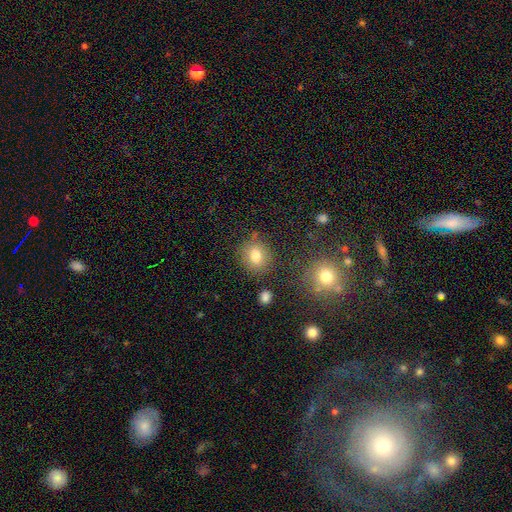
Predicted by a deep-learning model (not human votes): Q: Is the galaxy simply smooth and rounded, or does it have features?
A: smooth — 78%.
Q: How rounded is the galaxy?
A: round — 72%.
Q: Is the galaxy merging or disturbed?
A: none — 79%.